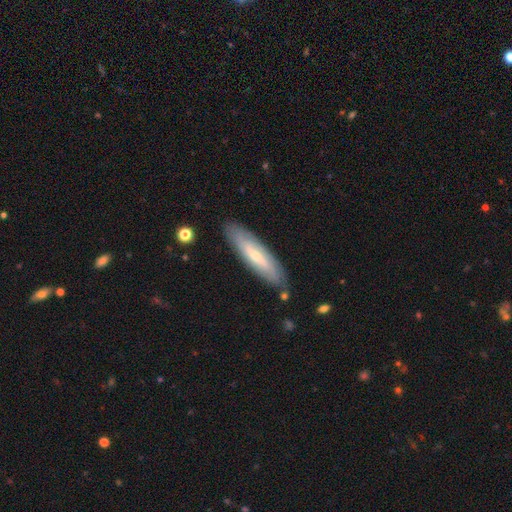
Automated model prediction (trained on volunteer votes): This appears to be a featured or disk galaxy (51%). Merging: none (84%).